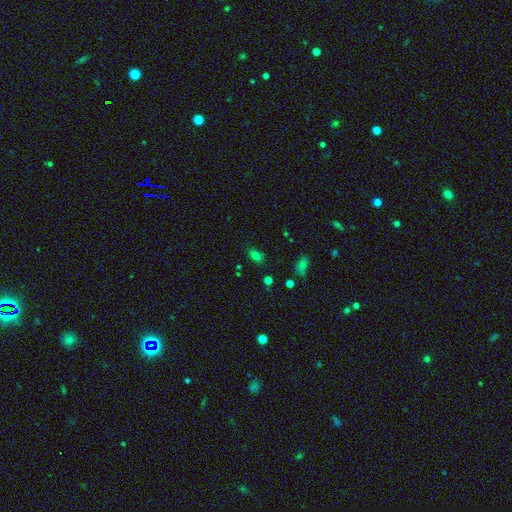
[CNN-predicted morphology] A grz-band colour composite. It shows a smooth galaxy with no disk features (74%) that is in between round and cigar-shaped (76%). Merging: none (80%).